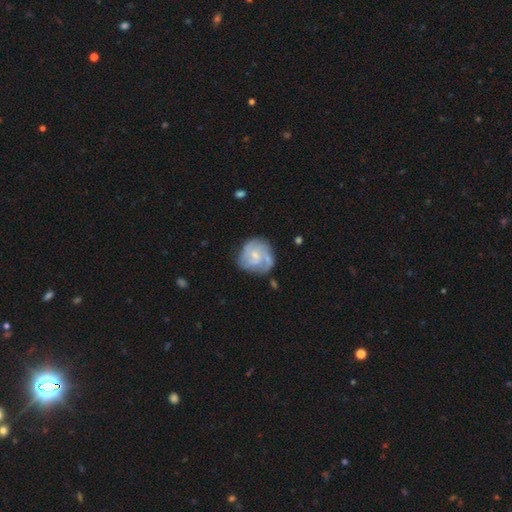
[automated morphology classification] type=featured or disk (67%); edge-on=no (98%); bar=no (62%); spiral arms=yes (83%); winding=tight (48%); arm count=2 (32%); bulge=small (58%); merging=none (55%).